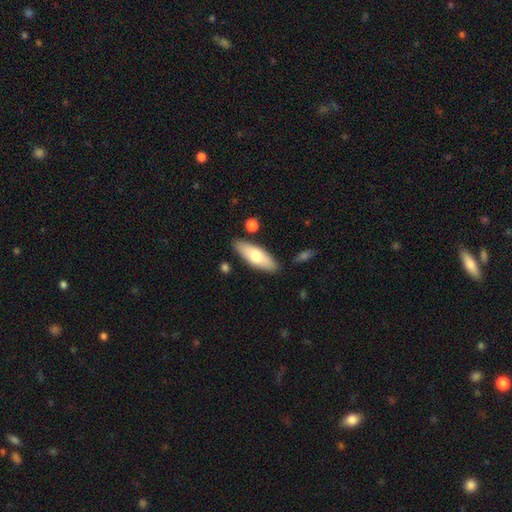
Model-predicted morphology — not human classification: smooth_or_featured: smooth (p=0.67) [alt: featured or disk p=0.28]
how_rounded: in between (p=0.63) [alt: cigar-shaped p=0.35]
merging: none (p=0.85) [alt: minor disturbance p=0.10]